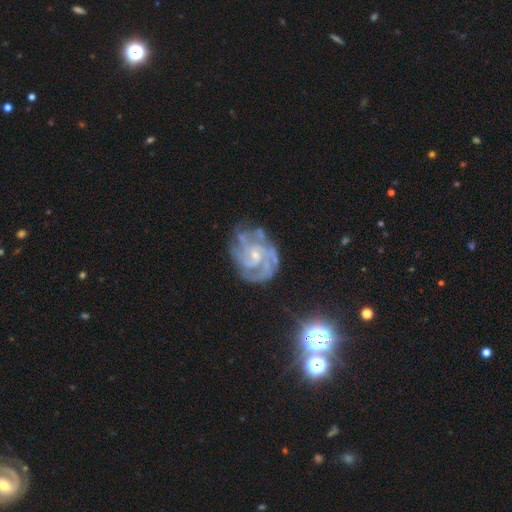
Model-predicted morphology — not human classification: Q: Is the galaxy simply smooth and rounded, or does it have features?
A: featured or disk — 88%.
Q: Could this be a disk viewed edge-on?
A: no — 98%.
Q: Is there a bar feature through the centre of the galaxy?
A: no — 63%.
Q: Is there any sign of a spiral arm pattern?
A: yes — 97%.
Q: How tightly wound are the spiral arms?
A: tight — 57%.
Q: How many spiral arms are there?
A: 3 — 30%.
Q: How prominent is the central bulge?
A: small — 70%.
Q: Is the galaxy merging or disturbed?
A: none — 66%.